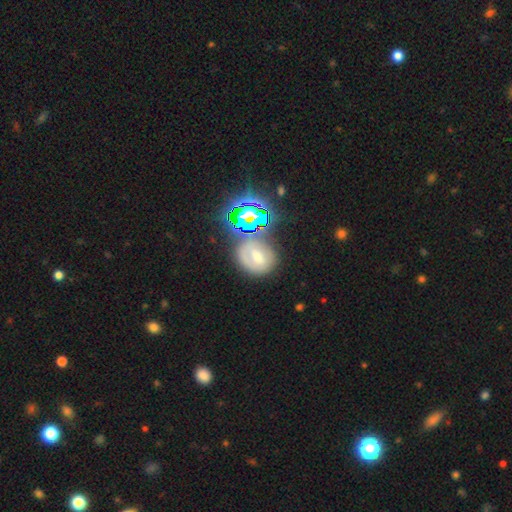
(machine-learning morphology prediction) Smooth or featured: smooth — 40% (featured or disk — 34%)
Merging: none — 64% (minor disturbance — 19%)